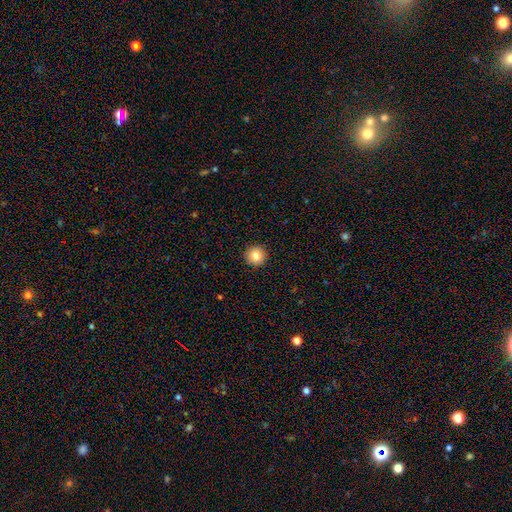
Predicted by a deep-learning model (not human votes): smooth-or-featured: smooth: 84% | star or artifact: 10% | featured or disk: 7%
  how-rounded: round: 96% | in between: 3% | cigar-shaped: 1%
  merging: none: 93% | minor disturbance: 4% | major disturbance: 1% | merger: 1%